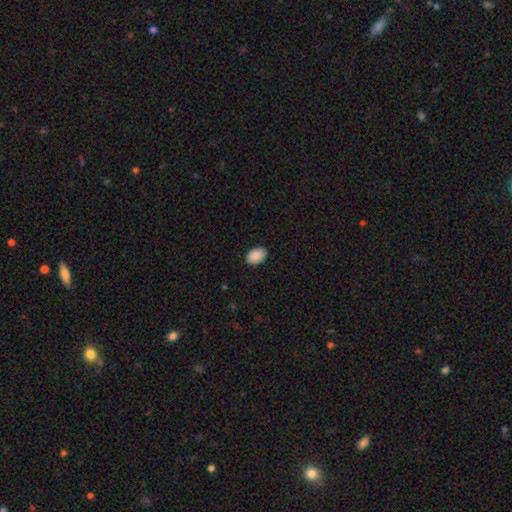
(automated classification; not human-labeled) smooth-or-featured: smooth: 91% | star or artifact: 7% | featured or disk: 3%
  how-rounded: in between: 89% | round: 10% | cigar-shaped: 1%
  merging: none: 89% | minor disturbance: 9% | major disturbance: 2% | merger: 1%